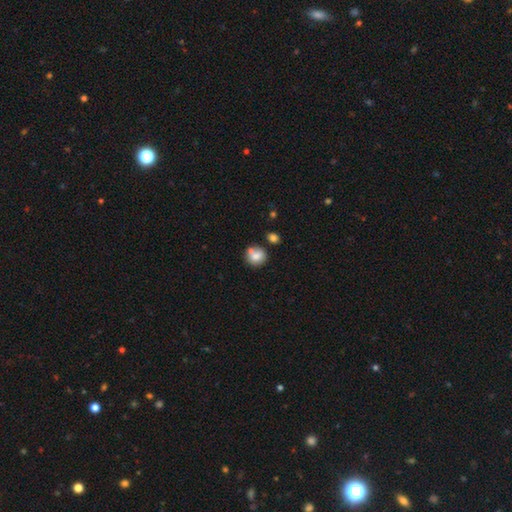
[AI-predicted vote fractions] This appears to be a smooth galaxy with no disk features (79%) that is round (82%). Merging: none (57%).